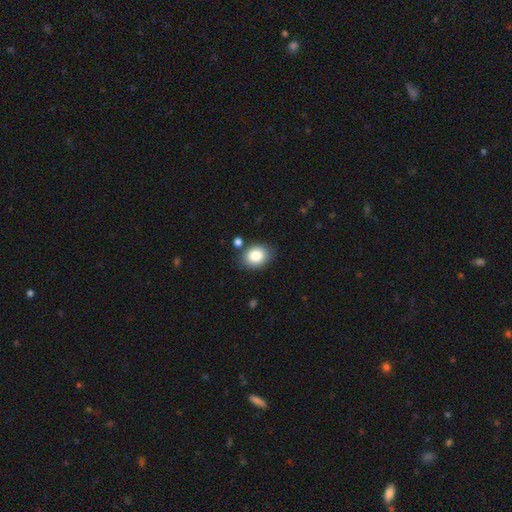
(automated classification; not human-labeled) A smooth galaxy with no disk features (84%) that is in between round and cigar-shaped (57%).

Vote fractions:
- Smooth or featured? smooth: 84% / star or artifact: 9% / featured or disk: 7%
- How rounded? in between: 57% / round: 42% / cigar-shaped: 1%
- Merging? none: 82% / minor disturbance: 11% / merger: 5% / major disturbance: 3%